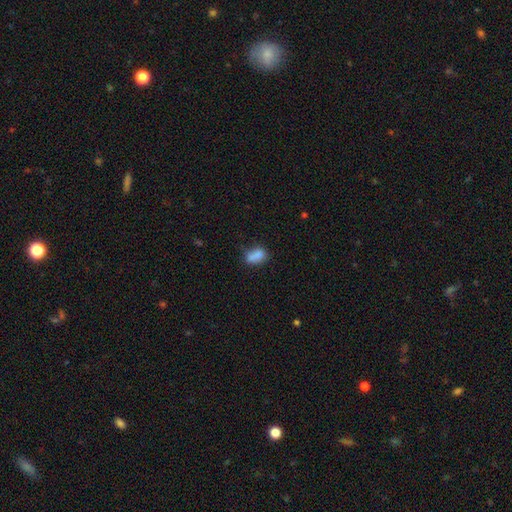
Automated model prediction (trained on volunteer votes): Smooth or featured? smooth (77%)
How rounded? in between (74%)
Merging? none (38%)